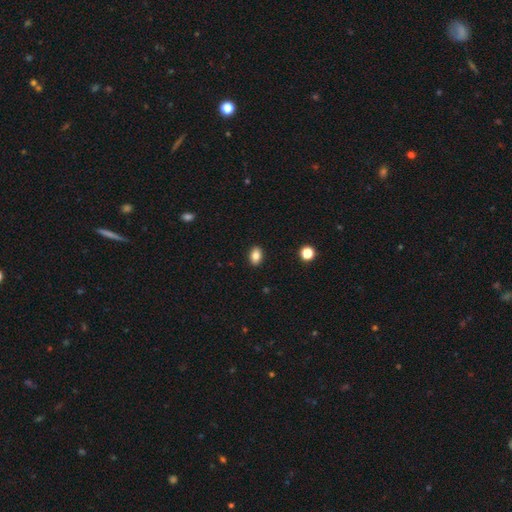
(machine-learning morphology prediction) smooth_or_featured: smooth (p=0.84) [alt: star or artifact p=0.10]
how_rounded: in between (p=0.81) [alt: round p=0.18]
merging: none (p=0.90) [alt: minor disturbance p=0.07]